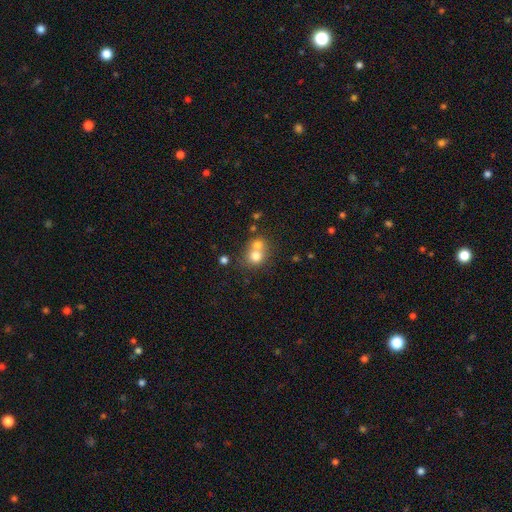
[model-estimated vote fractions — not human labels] smooth_or_featured: smooth (p=0.73) [alt: featured or disk p=0.15]
how_rounded: round (p=0.80) [alt: in between p=0.19]
merging: merger (p=0.57) [alt: none p=0.34]